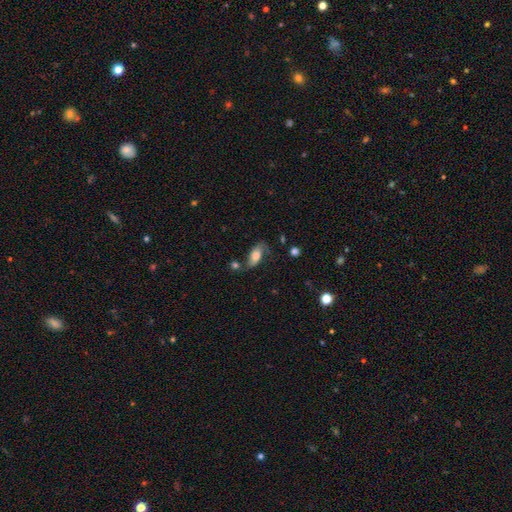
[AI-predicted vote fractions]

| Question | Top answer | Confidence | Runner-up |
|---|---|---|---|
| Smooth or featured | featured or disk | 49% | smooth (42%) |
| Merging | none | 51% | minor disturbance (25%) |